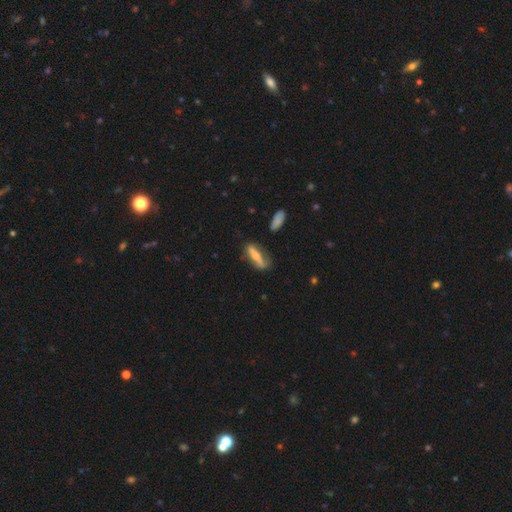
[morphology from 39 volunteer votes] Overall: featured or disk (62%; smooth 36%). Edge-on disk: yes (75%). Edge-on bulge: rounded (94%). Merging: none (58%; minor disturbance 32%).